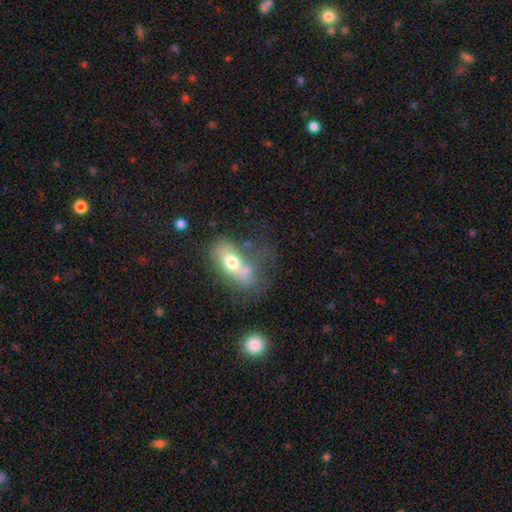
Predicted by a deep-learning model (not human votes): Smooth or featured? Predicted: featured or disk (p=0.43). Merging? Predicted: none (p=0.46).